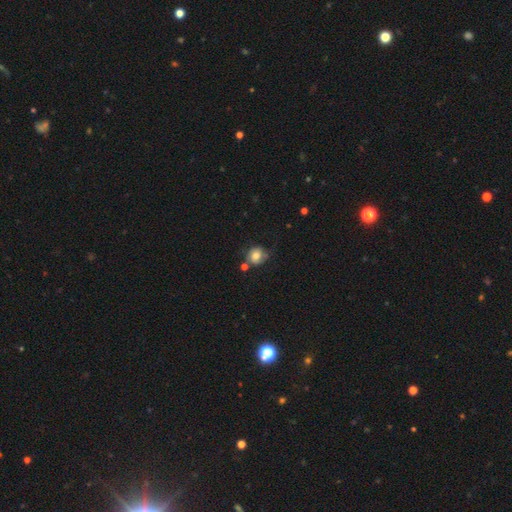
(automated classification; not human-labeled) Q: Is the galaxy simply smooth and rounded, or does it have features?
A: smooth — 74%.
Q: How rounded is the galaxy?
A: round — 78%.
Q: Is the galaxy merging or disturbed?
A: none — 55%.